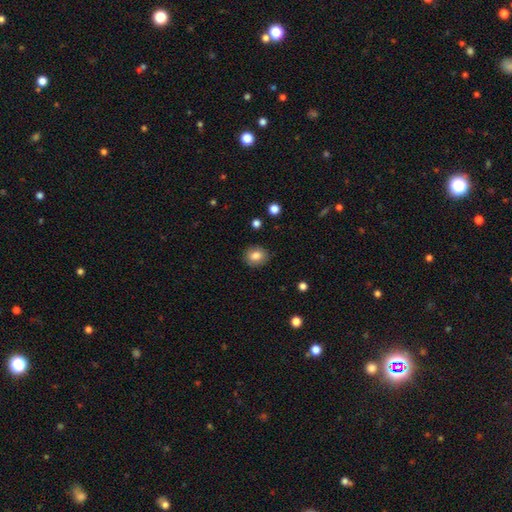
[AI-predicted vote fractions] Morphology: type=smooth (82%); roundness=round (59%); merging=none (86%).